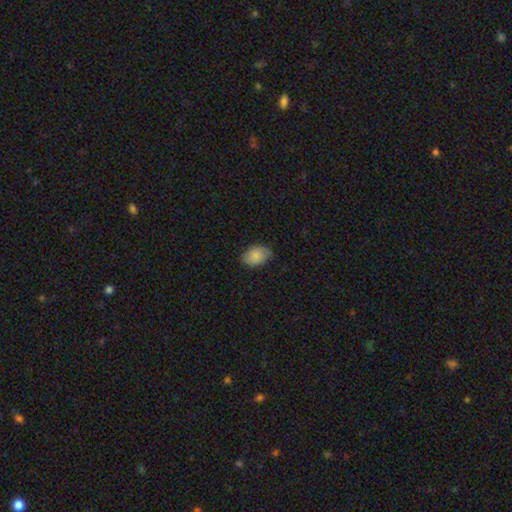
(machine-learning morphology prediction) smooth_or_featured: smooth (p=0.85) [alt: featured or disk p=0.08]
how_rounded: in between (p=0.86) [alt: round p=0.13]
merging: none (p=0.81) [alt: minor disturbance p=0.16]